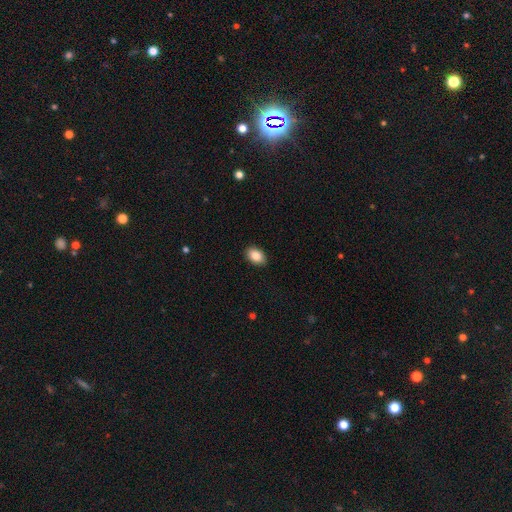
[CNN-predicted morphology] Smooth or featured: smooth — 87% (star or artifact — 7%)
How rounded: in between — 86% (round — 13%)
Merging: none — 89% (minor disturbance — 9%)